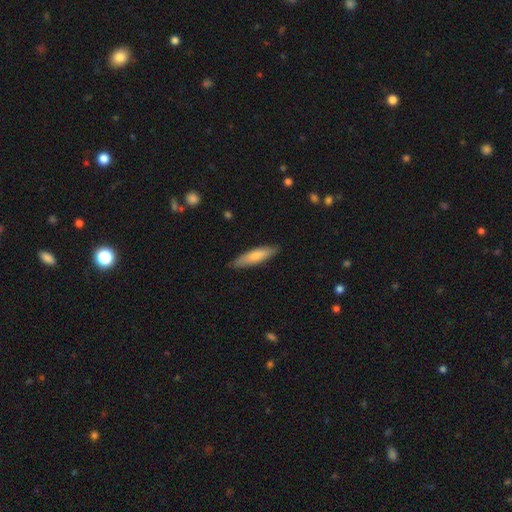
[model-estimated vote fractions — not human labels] smooth_or_featured: smooth (p=0.72) [alt: featured or disk p=0.22]
how_rounded: cigar-shaped (p=0.73) [alt: in between p=0.25]
merging: none (p=0.86) [alt: minor disturbance p=0.11]